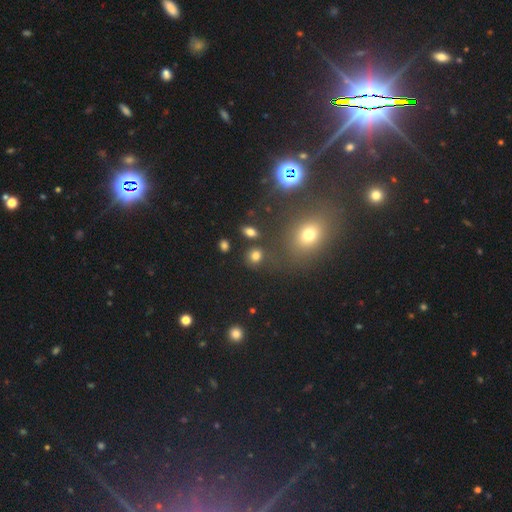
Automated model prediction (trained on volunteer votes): This appears to be a smooth galaxy with no disk features (76%) that is round (72%). Merging: none (77%).